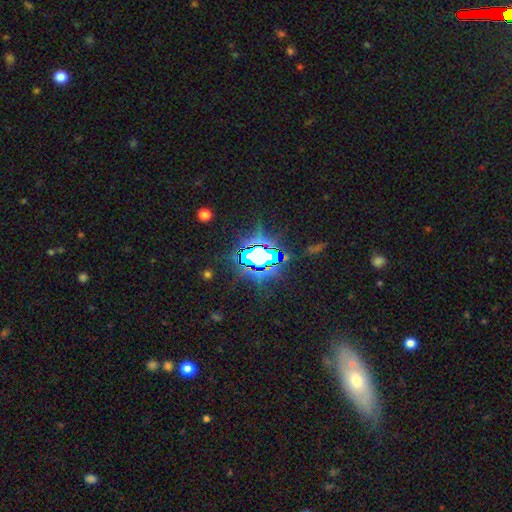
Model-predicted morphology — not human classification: This is likely a star or artifact rather than a galaxy (75%).